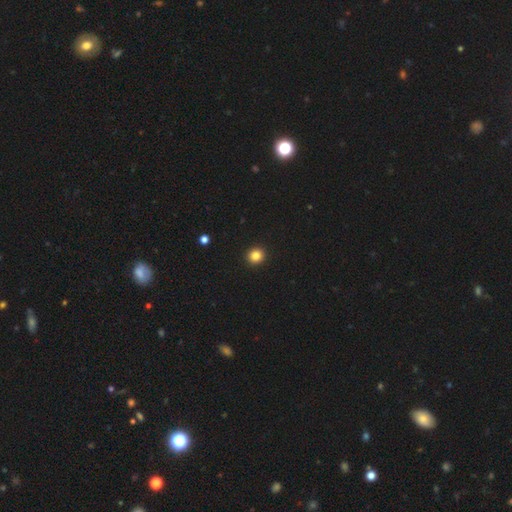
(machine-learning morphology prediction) type=smooth (85%); roundness=round (90%); merging=none (94%).